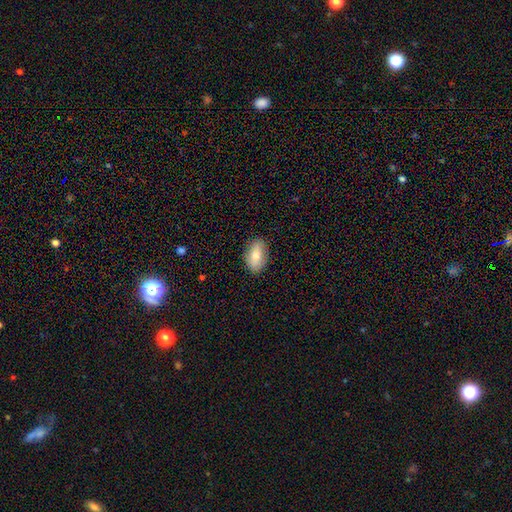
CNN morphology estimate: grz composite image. It shows a smooth galaxy with no disk features (73%) that is in between round and cigar-shaped (90%). Merging: none (85%).